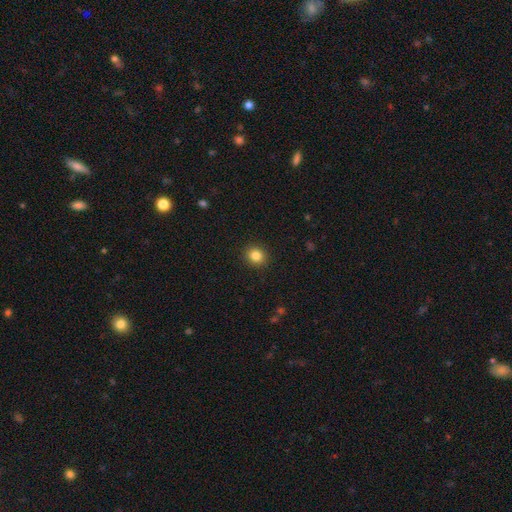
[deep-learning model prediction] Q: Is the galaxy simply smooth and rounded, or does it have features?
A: smooth — 84%.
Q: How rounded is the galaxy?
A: round — 82%.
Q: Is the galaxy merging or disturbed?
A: none — 91%.